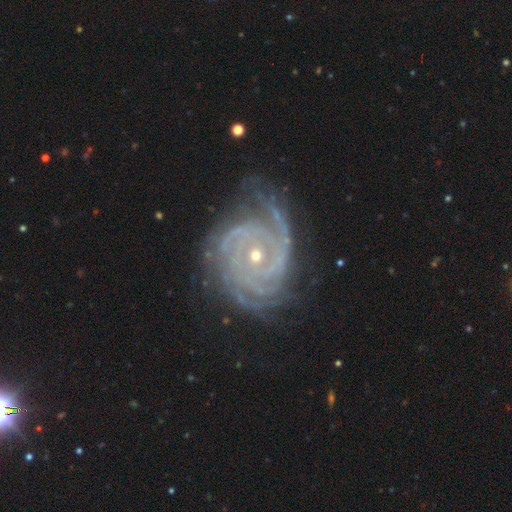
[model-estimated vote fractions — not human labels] smooth-or-featured: featured or disk: 91% | star or artifact: 6% | smooth: 3%
  disk-edge-on: no: 97% | yes: 3%
    bar: no: 74% | weak: 18% | strong: 9%
    has-spiral-arms: yes: 99% | no: 1%
      spiral-winding: tight: 80% | medium: 17% | loose: 3%
      spiral-arm-count: 4: 22% | 3: 21% | can't tell: 16% | more than 4: 16% | 2: 16% | 1: 8%
    bulge-size: small: 72% | moderate: 25% | large: 1% | none: 1% | dominant: 1%
  merging: none: 69% | minor disturbance: 20% | major disturbance: 9% | merger: 2%